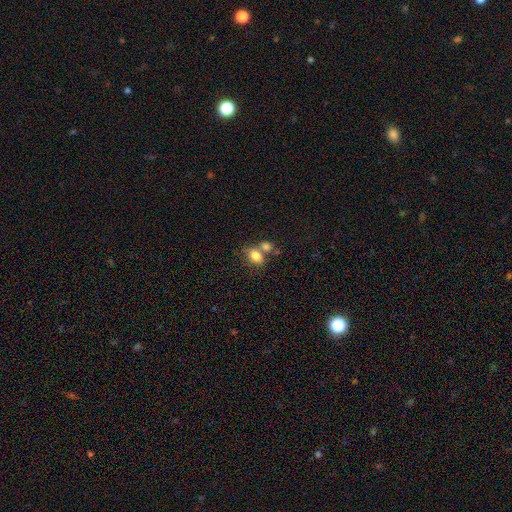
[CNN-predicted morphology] The model was most divided on "merging": none: 42%, merger: 41%, minor disturbance: 12%, major disturbance: 5%. More confident: smooth or featured — smooth (81%); how rounded — in between (69%).